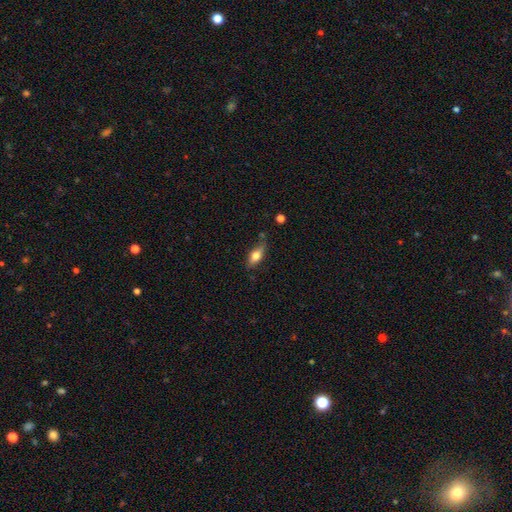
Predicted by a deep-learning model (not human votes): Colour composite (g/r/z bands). It shows a smooth galaxy with no disk features (63%) that is in between round and cigar-shaped (68%). Merging: none (71%).